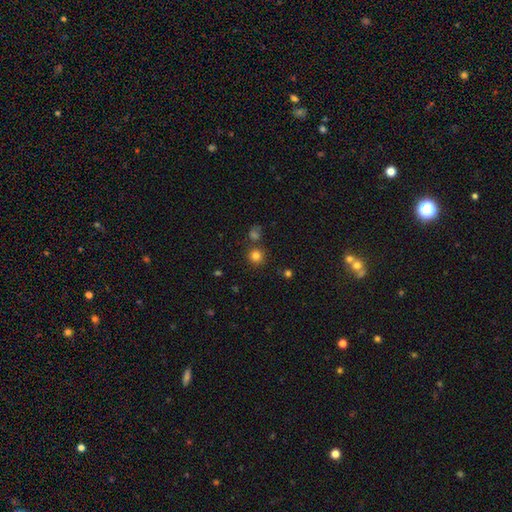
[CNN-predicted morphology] smooth-or-featured: smooth: 80% | star or artifact: 15% | featured or disk: 6%
  how-rounded: round: 92% | in between: 7% | cigar-shaped: 1%
  merging: none: 78% | merger: 11% | minor disturbance: 8% | major disturbance: 3%